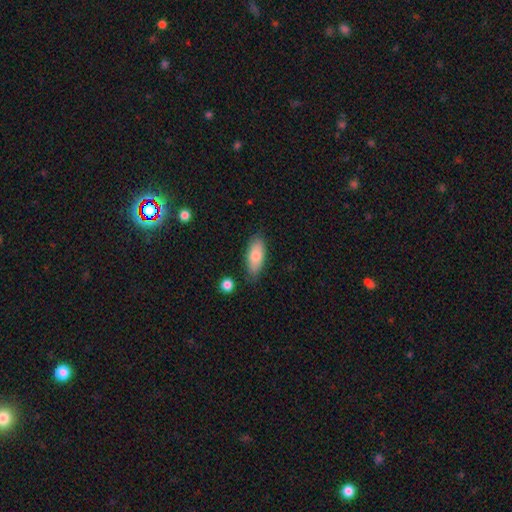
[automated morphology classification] smooth_or_featured: smooth (p=0.80) [alt: featured or disk p=0.13]
how_rounded: in between (p=0.81) [alt: cigar-shaped p=0.17]
merging: none (p=0.78) [alt: minor disturbance p=0.16]